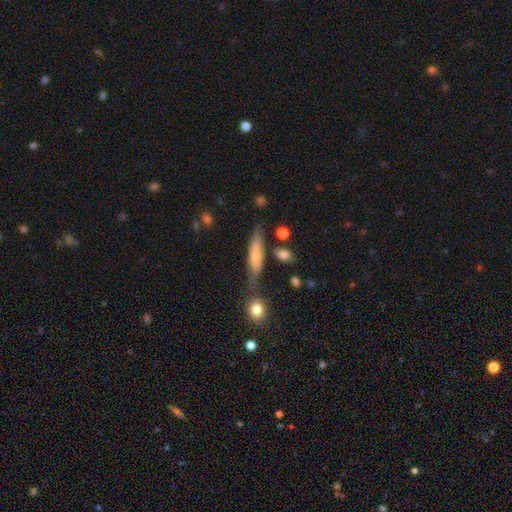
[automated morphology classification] smooth_or_featured: smooth (p=0.60) [alt: featured or disk p=0.33]
how_rounded: cigar-shaped (p=0.74) [alt: in between p=0.24]
merging: none (p=0.64) [alt: minor disturbance p=0.19]